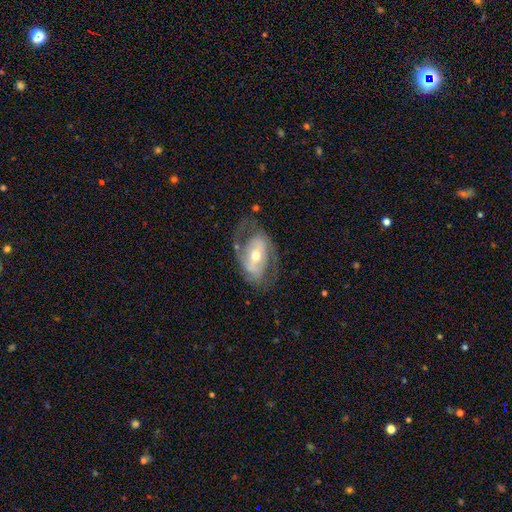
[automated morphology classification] A featured or disk galaxy (73%) with a weak bar (36%), spiral arms (71%) and a moderate central bulge (64%). Merging: none (58%).